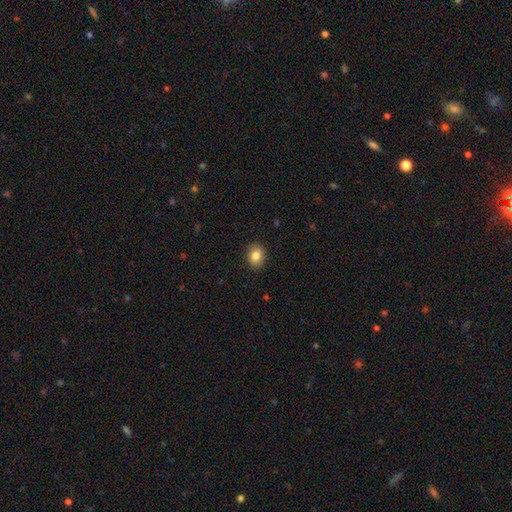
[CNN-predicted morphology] This appears to be a smooth galaxy with no disk features (83%) that is round (55%). Merging: none (90%).